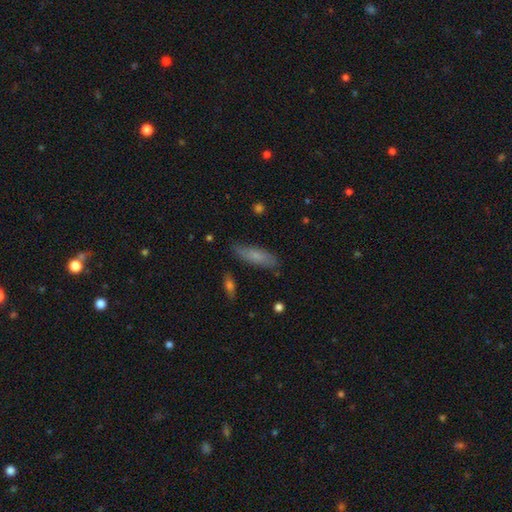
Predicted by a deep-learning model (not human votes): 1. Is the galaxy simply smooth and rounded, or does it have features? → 72% smooth, 20% featured or disk, 8% star or artifact.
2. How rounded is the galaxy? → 60% cigar-shaped, 38% in between, 2% round.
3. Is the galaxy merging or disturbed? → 80% none, 15% minor disturbance, 3% major disturbance, 2% merger.